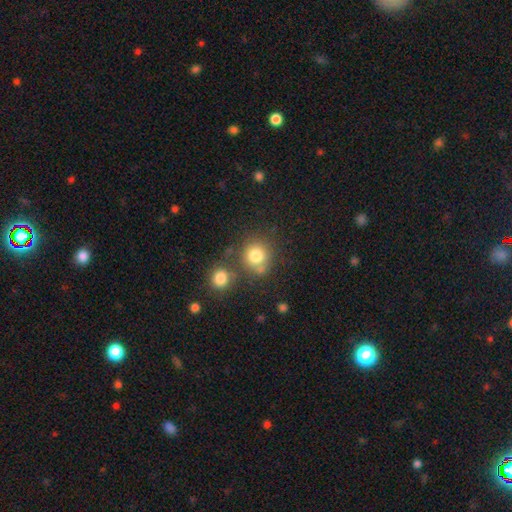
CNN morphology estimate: Smooth or featured? Predicted: smooth (p=0.79). How rounded? Predicted: round (p=0.88). Merging? Predicted: none (p=0.63).